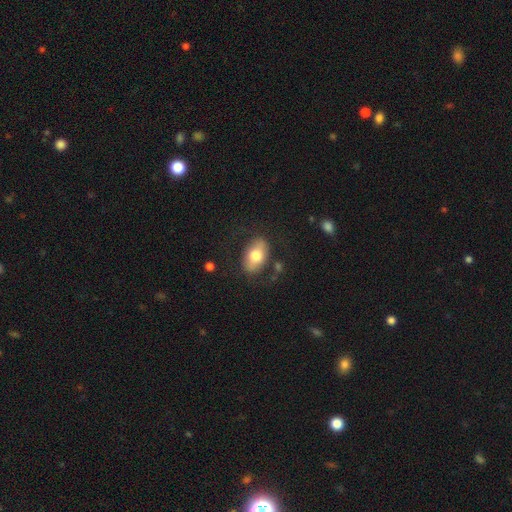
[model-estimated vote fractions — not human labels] Smooth or featured: smooth — 70% (featured or disk — 24%)
How rounded: in between — 89% (round — 10%)
Merging: none — 77% (minor disturbance — 14%)